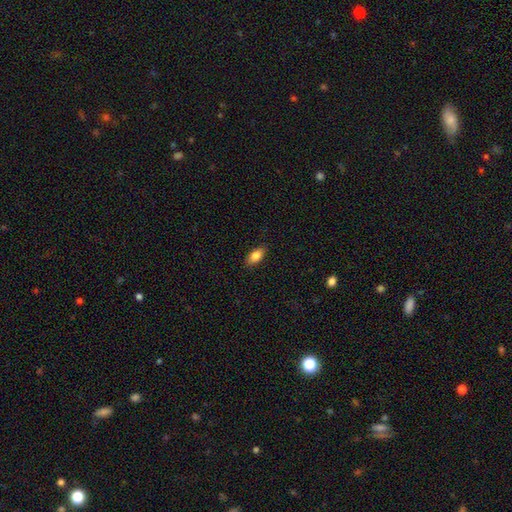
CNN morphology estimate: Smooth or featured?
  - smooth: 83% *
  - featured or disk: 10%
  - star or artifact: 7%
How rounded?
  - in between: 89% *
  - cigar-shaped: 6%
  - round: 5%
Merging?
  - none: 87% *
  - minor disturbance: 10%
  - major disturbance: 2%
  - merger: 1%